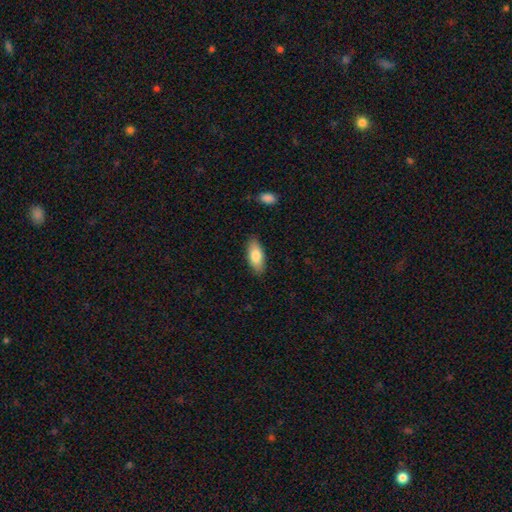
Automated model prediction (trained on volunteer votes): smooth 82%, featured or disk 12%, star or artifact 6%. Down the decision tree: how rounded — in between (82%); merging — none (86%).